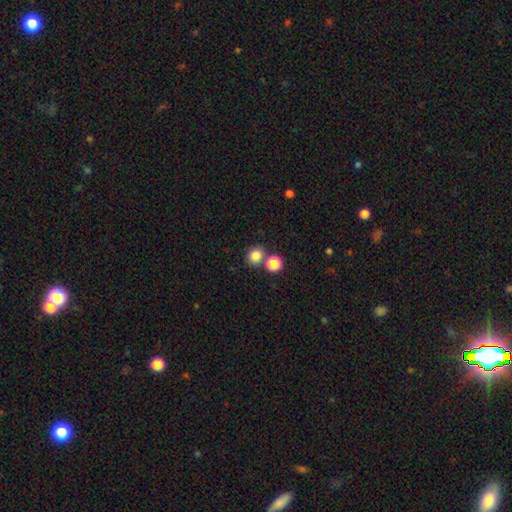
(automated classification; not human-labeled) Smooth or featured?
  - smooth: 82% *
  - star or artifact: 12%
  - featured or disk: 5%
How rounded?
  - round: 78% *
  - in between: 21%
  - cigar-shaped: 1%
Merging?
  - none: 68% *
  - merger: 22%
  - minor disturbance: 8%
  - major disturbance: 3%